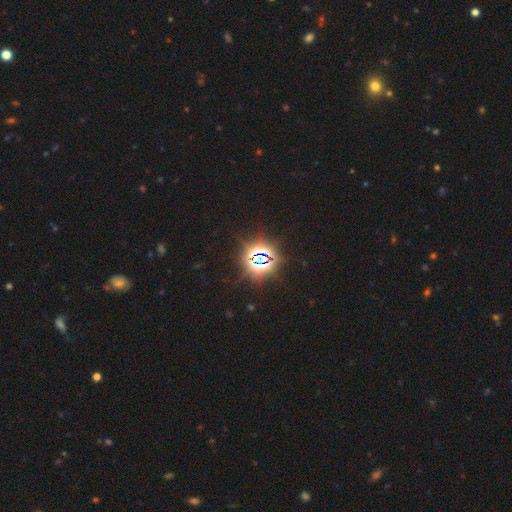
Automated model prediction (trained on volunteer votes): Smooth or featured? Predicted: star or artifact (p=0.81).